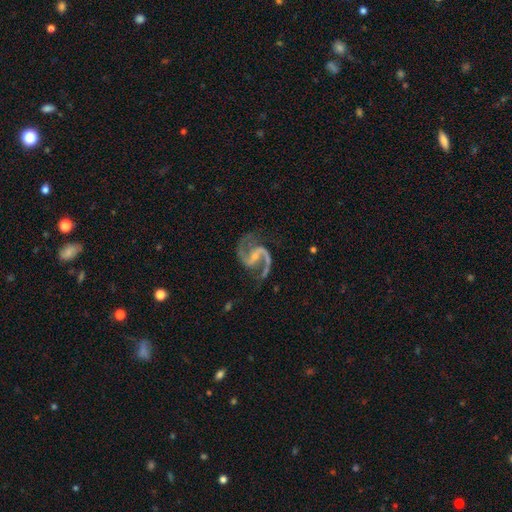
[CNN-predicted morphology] The model was most divided on "bar": weak: 45%, strong: 32%, no: 24%. More confident: spiral arms — yes (98%); edge-on disk — no (98%); spiral arm count — 2 (94%); smooth or featured — featured or disk (94%); merging — none (74%); bulge size — small (65%); spiral winding — medium (61%).